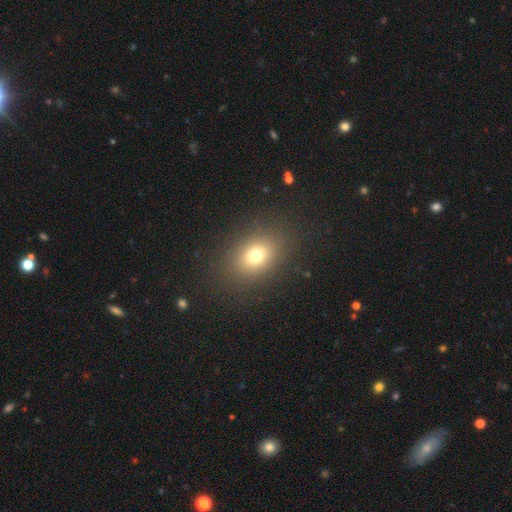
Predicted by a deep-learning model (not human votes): Morphology: type=smooth (74%); roundness=in between (63%); merging=none (86%).